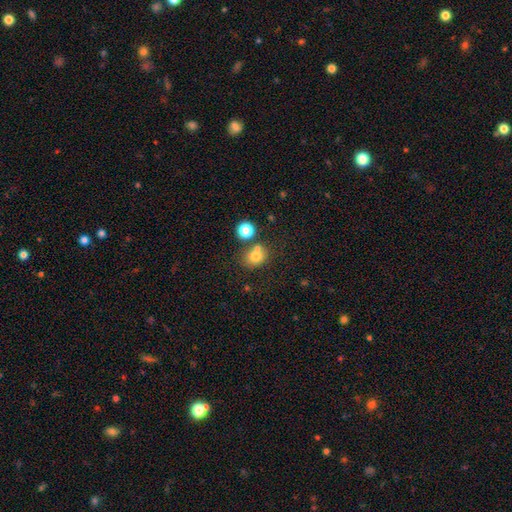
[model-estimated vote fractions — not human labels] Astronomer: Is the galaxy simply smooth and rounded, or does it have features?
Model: smooth — 75%.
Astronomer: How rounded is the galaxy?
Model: round — 61% (runner-up: in between, 37%).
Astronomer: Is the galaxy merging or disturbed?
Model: none — 53% (runner-up: merger, 30%).